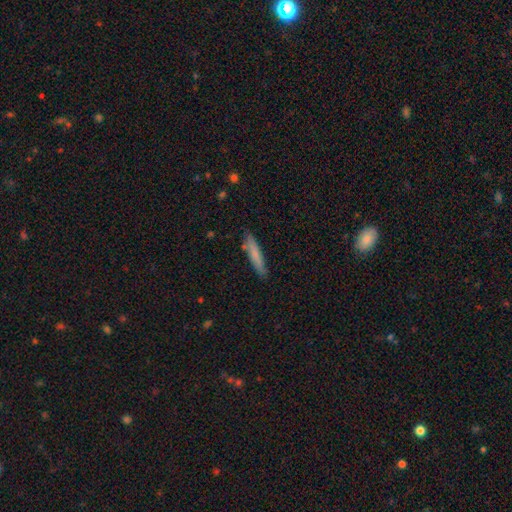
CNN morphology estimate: smooth_or_featured: smooth (p=0.78) [alt: featured or disk p=0.16]
how_rounded: cigar-shaped (p=0.88) [alt: in between p=0.11]
merging: none (p=0.81) [alt: minor disturbance p=0.14]